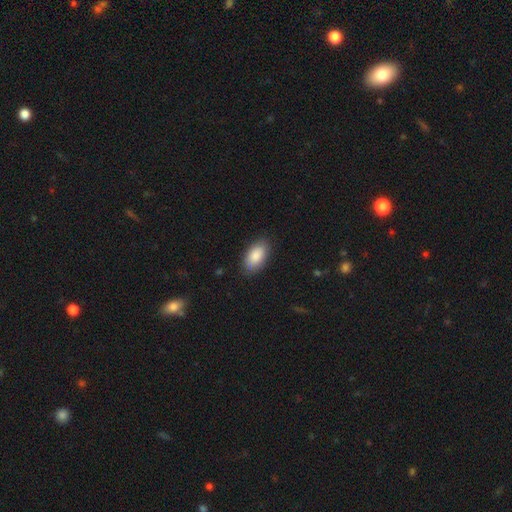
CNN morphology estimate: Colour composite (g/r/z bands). It shows a smooth galaxy with no disk features (86%) that is in between round and cigar-shaped (93%). Merging: none (83%).